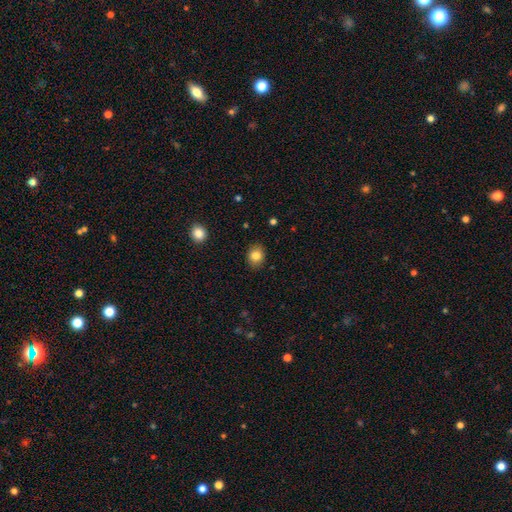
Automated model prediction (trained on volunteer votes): Morphology: type=smooth (83%); roundness=round (59%); merging=none (88%).